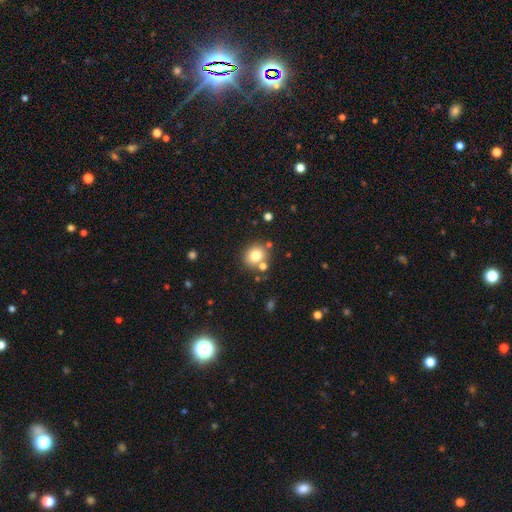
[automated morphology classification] Overall: smooth (78%). How rounded: round (77%). Merging: none (73%).